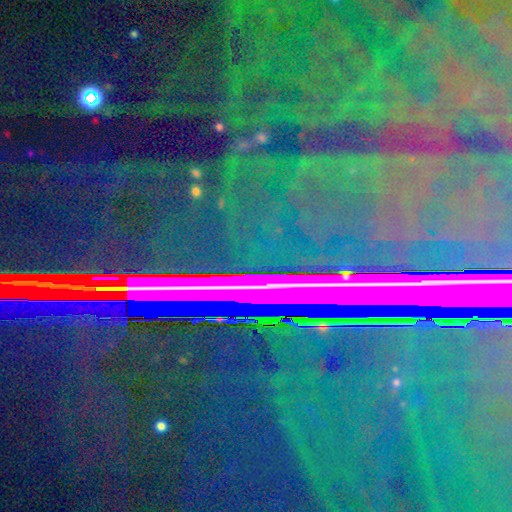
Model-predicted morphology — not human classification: Smooth or featured? star or artifact (82%)